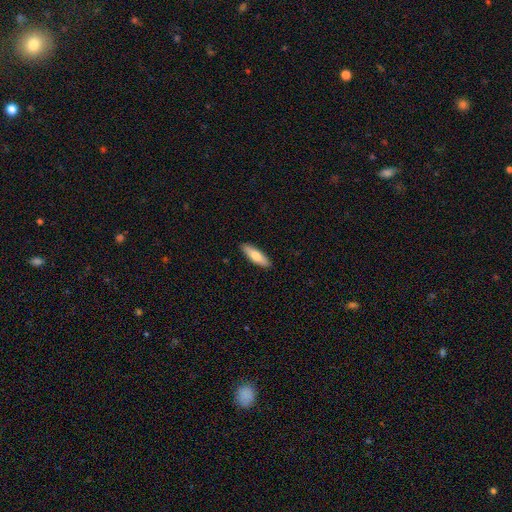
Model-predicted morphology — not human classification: This is likely a smooth galaxy (73%). How rounded: possibly cigar-shaped (57%). Merging: clearly none (90%).